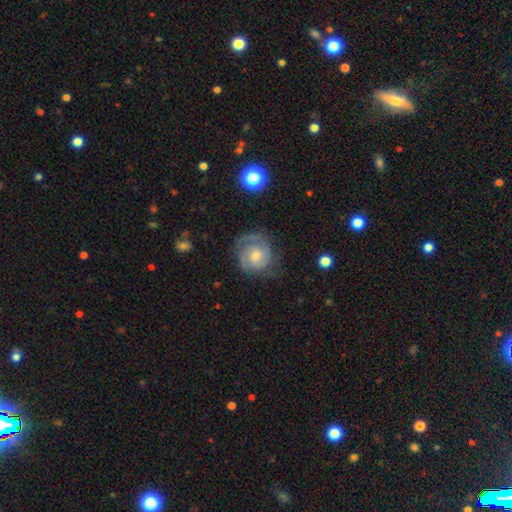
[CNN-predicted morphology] The model was most divided on "bulge size": moderate: 53%, small: 39%, large: 4%, none: 3%, dominant: 1%. More confident: edge-on disk — no (98%); spiral arms — yes (94%); smooth or featured — featured or disk (78%); merging — none (70%); bar — no (65%); spiral winding — tight (59%); spiral arm count — 2 (53%).